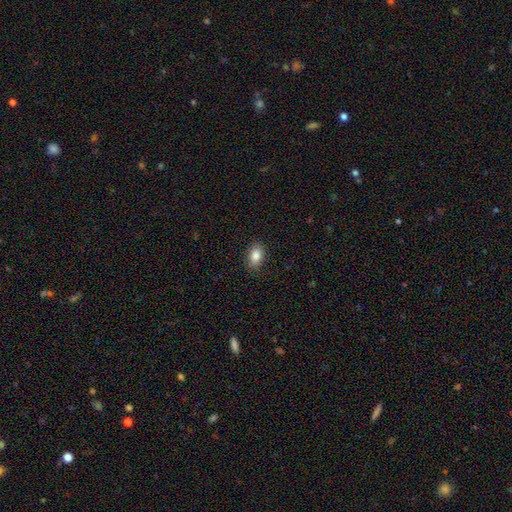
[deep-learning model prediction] smooth_or_featured: smooth (p=0.85) [alt: star or artifact p=0.08]
how_rounded: in between (p=0.86) [alt: round p=0.12]
merging: none (p=0.87) [alt: minor disturbance p=0.09]